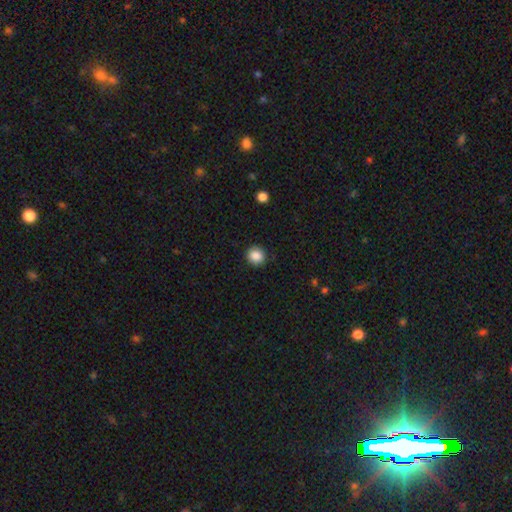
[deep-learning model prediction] This appears to be a smooth galaxy with no disk features (87%) that is round (90%). Merging: none (91%).